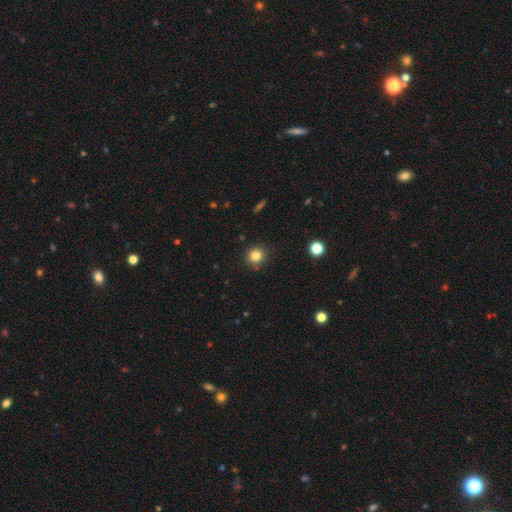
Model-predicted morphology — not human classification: Smooth or featured? Predicted: smooth (p=0.82). How rounded? Predicted: round (p=0.90). Merging? Predicted: none (p=0.88).